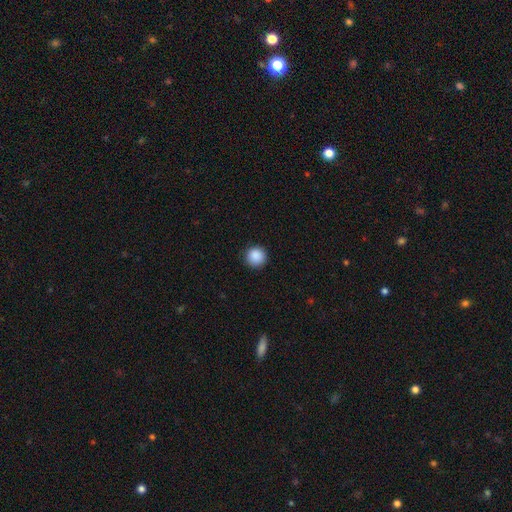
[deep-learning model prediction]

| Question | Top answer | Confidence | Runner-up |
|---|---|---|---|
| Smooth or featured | smooth | 89% | star or artifact (9%) |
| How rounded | round | 95% | in between (4%) |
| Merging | none | 92% | minor disturbance (6%) |